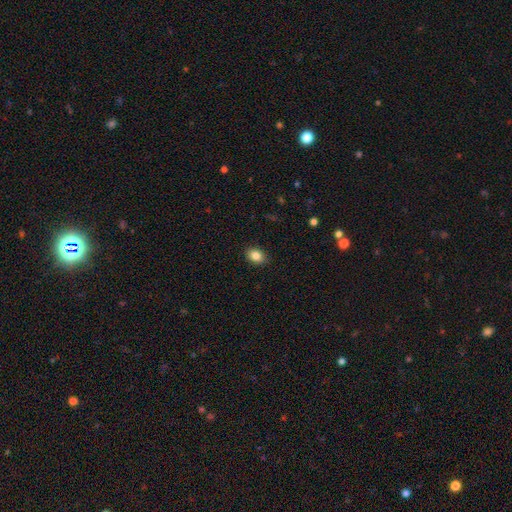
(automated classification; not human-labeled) Smooth or featured?
  - smooth: 86% *
  - star or artifact: 9%
  - featured or disk: 6%
How rounded?
  - in between: 72% *
  - round: 27%
  - cigar-shaped: 1%
Merging?
  - none: 90% *
  - minor disturbance: 8%
  - major disturbance: 2%
  - merger: 1%